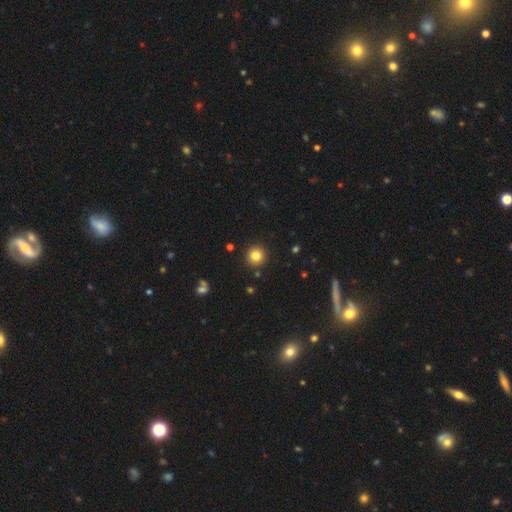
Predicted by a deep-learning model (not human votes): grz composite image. It shows a smooth galaxy with no disk features (83%) that is round (94%). Merging: none (91%).